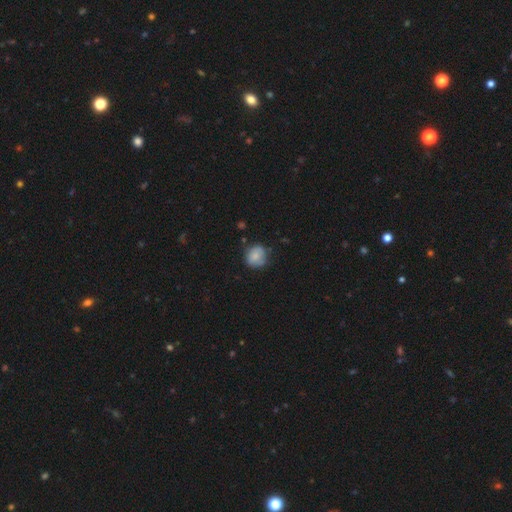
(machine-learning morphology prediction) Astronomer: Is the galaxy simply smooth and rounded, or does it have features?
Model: smooth — 77%.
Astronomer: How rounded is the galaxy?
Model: round — 82%.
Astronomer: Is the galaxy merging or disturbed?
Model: none — 68%.